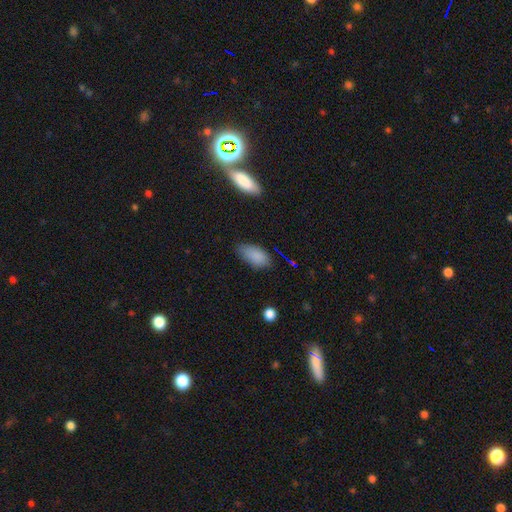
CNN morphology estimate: Overall: smooth (85%). How rounded: in between (91%). Merging: none (74%).